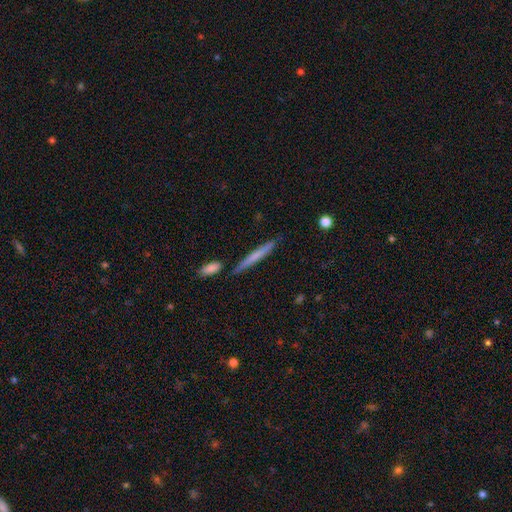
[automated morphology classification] type=smooth (59%); roundness=cigar-shaped (95%); merging=none (81%).